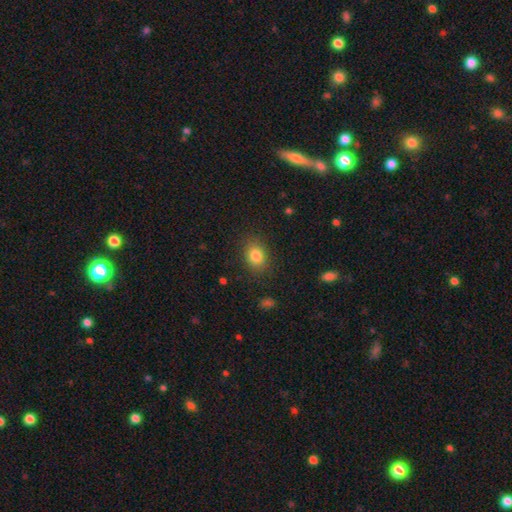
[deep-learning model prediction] Smooth or featured: smooth — 83% (star or artifact — 10%)
How rounded: in between — 59% (round — 40%)
Merging: none — 85% (minor disturbance — 10%)